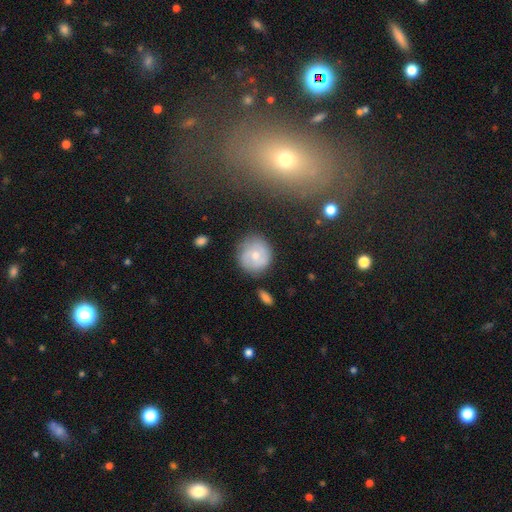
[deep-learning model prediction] This appears to be a smooth galaxy with no disk features (51%) that is round (89%). Merging: none (75%).